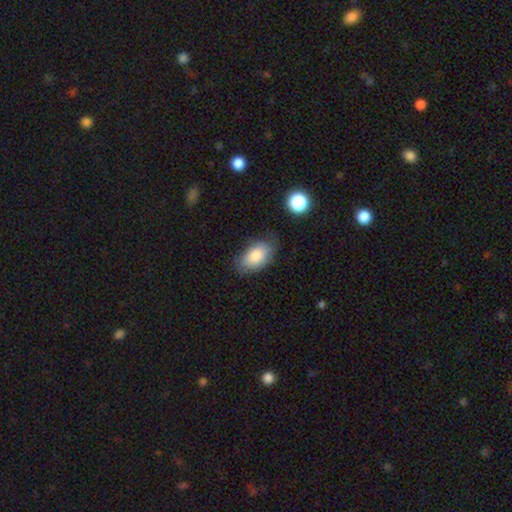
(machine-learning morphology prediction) smooth 84%, featured or disk 9%, star or artifact 7%. Down the decision tree: how rounded — in between (92%); merging — none (73%).